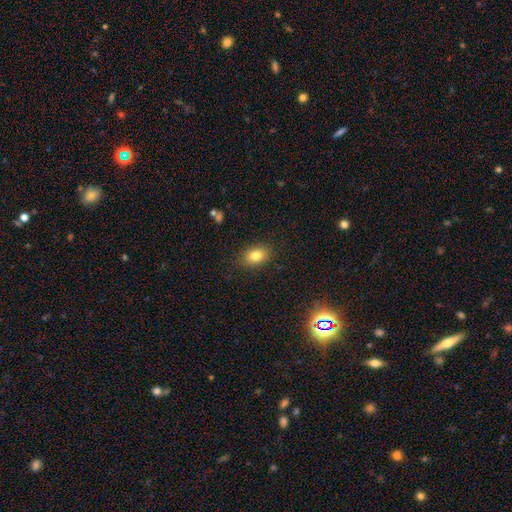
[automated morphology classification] smooth_or_featured: smooth (p=0.81) [alt: star or artifact p=0.10]
how_rounded: in between (p=0.78) [alt: round p=0.21]
merging: none (p=0.86) [alt: minor disturbance p=0.10]